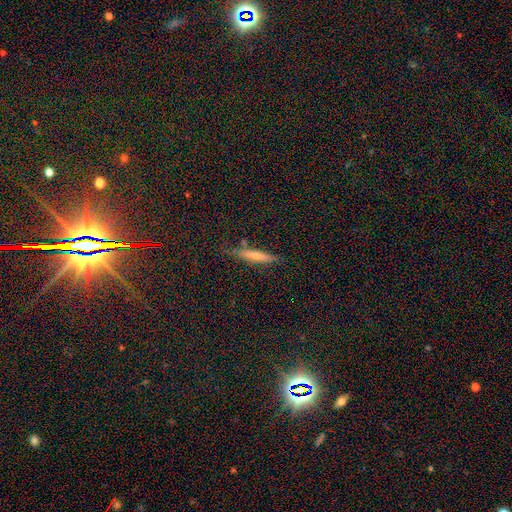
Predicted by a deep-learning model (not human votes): A smooth galaxy with no disk features (53%) that is cigar-shaped (87%). Merging: none (83%).